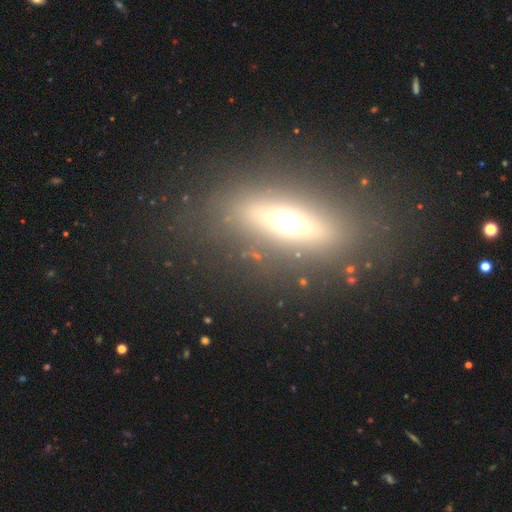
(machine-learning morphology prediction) featured or disk 45%, smooth 39%, star or artifact 16%. Down the decision tree: merging — none (83%).